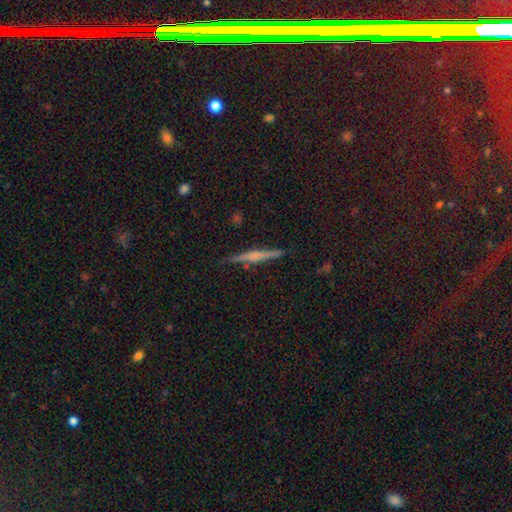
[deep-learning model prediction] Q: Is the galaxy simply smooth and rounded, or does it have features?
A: featured or disk — 67%.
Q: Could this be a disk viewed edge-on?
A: yes — 98%.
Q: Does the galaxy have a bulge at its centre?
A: rounded — 54%.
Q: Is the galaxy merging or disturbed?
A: none — 89%.